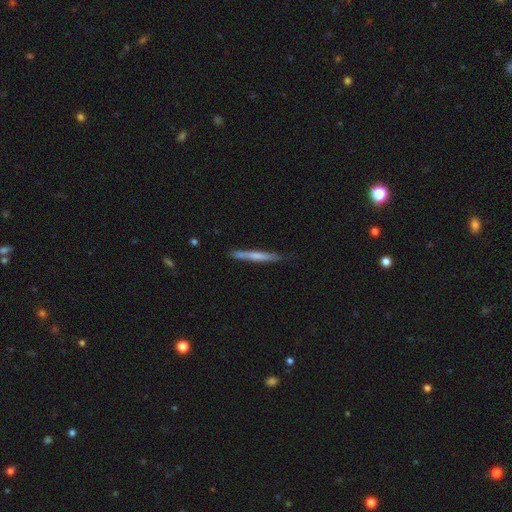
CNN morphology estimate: Q: Smooth or featured?
A: smooth (55%); runner-up: featured or disk (39%)
Q: How rounded?
A: cigar-shaped (96%); runner-up: in between (3%)
Q: Merging?
A: none (80%); runner-up: minor disturbance (15%)